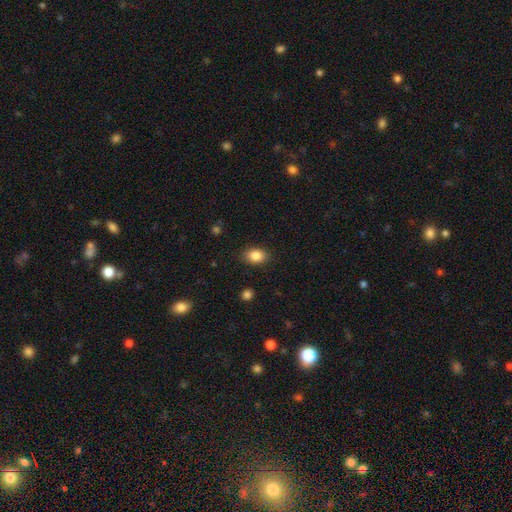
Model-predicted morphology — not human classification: smooth-or-featured: smooth: 86% | star or artifact: 9% | featured or disk: 5%
  how-rounded: in between: 78% | round: 21% | cigar-shaped: 1%
  merging: none: 85% | minor disturbance: 11% | major disturbance: 3% | merger: 1%